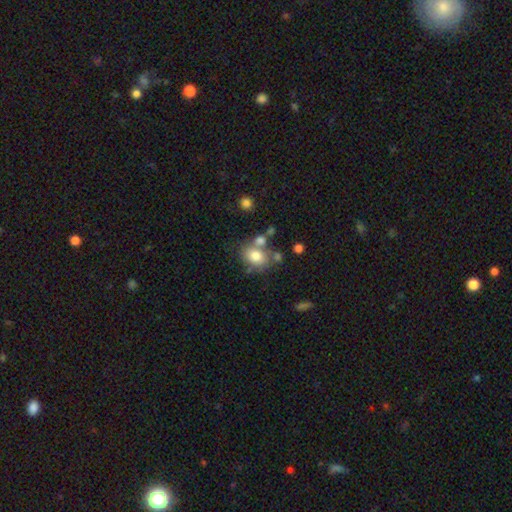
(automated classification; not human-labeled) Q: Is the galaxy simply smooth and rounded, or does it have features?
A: smooth — 76%.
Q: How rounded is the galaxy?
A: in between — 55%.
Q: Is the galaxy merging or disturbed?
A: none — 56%.